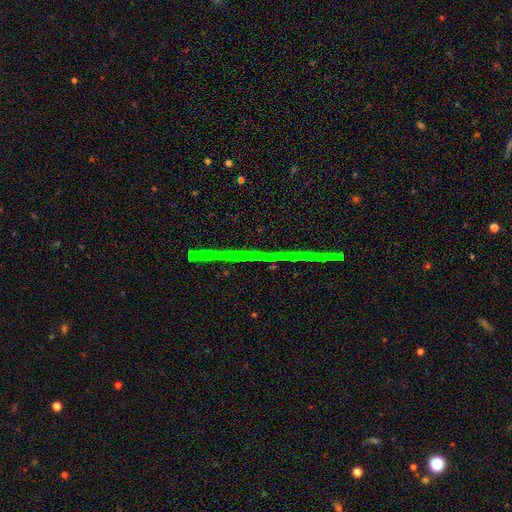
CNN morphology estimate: Overall: star or artifact (77%).